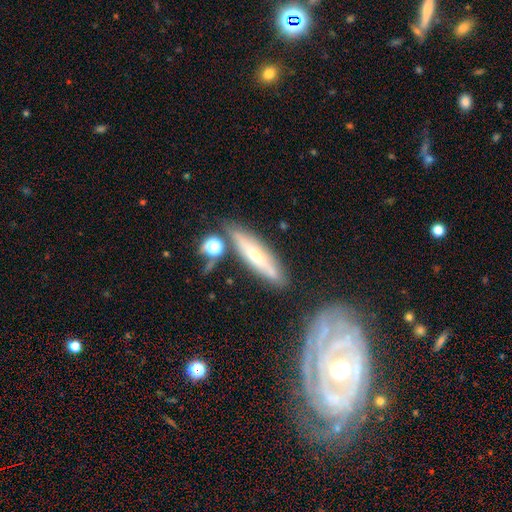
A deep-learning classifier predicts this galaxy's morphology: Smooth or featured?
  - featured or disk: 55% *
  - smooth: 37%
  - star or artifact: 8%
Edge-on disk?
  - yes: 77% *
  - no: 23%
Merging?
  - none: 75% *
  - minor disturbance: 14%
  - merger: 7%
  - major disturbance: 4%